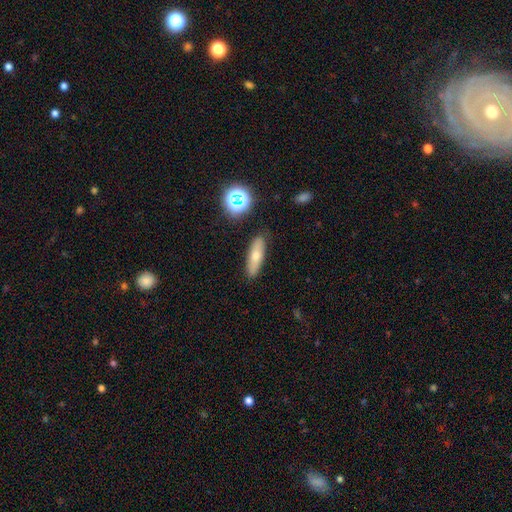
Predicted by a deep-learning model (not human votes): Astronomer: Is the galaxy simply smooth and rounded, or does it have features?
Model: smooth — 65%.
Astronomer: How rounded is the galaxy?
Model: cigar-shaped — 51% (runner-up: in between, 45%).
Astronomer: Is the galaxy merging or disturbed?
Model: none — 85%.